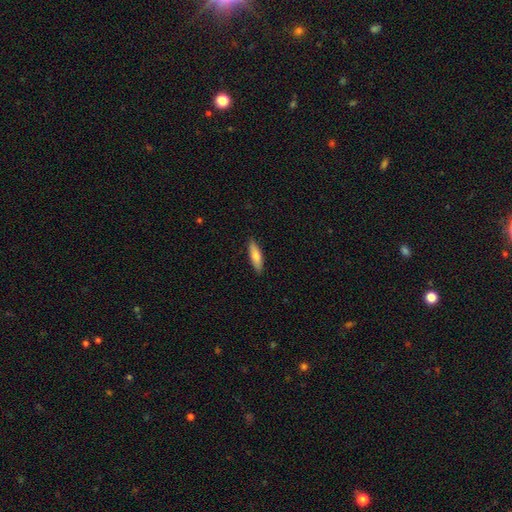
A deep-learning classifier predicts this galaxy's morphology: The model was most divided on "how rounded": cigar-shaped: 65%, in between: 34%, round: 2%. More confident: merging — none (89%); smooth or featured — smooth (77%).